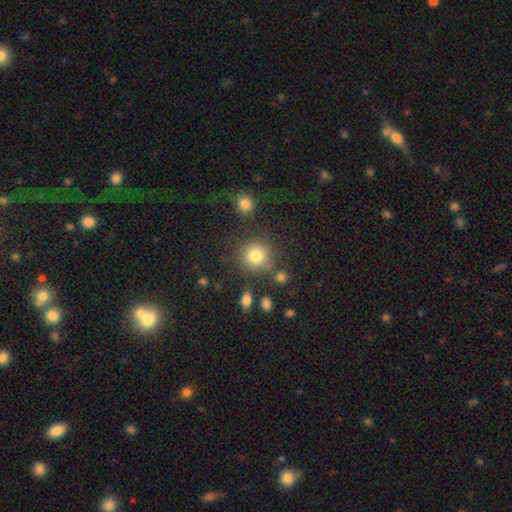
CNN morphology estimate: smooth-or-featured: smooth: 81% | star or artifact: 12% | featured or disk: 7%
  how-rounded: round: 91% | in between: 8% | cigar-shaped: 1%
  merging: none: 78% | minor disturbance: 10% | merger: 7% | major disturbance: 4%